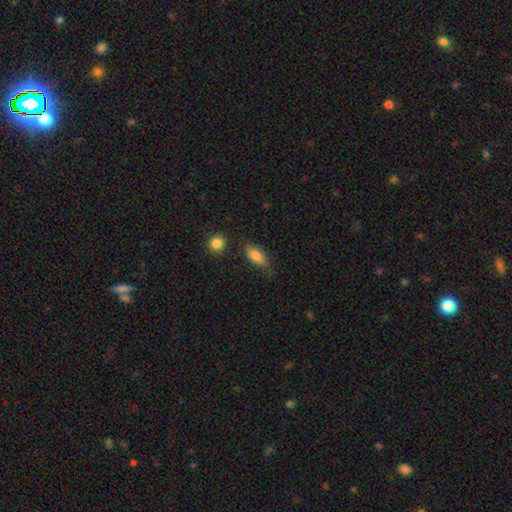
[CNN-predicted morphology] Smooth or featured? smooth (81%)
How rounded? in between (82%)
Merging? none (70%)